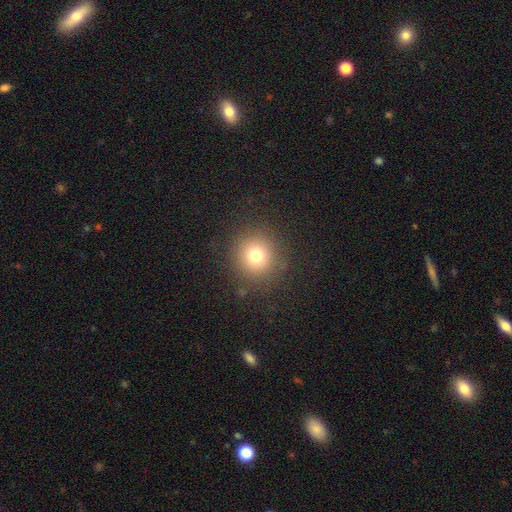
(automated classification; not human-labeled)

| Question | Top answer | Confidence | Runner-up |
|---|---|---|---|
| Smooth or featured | smooth | 74% | star or artifact (16%) |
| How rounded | round | 93% | in between (6%) |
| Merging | none | 88% | minor disturbance (7%) |